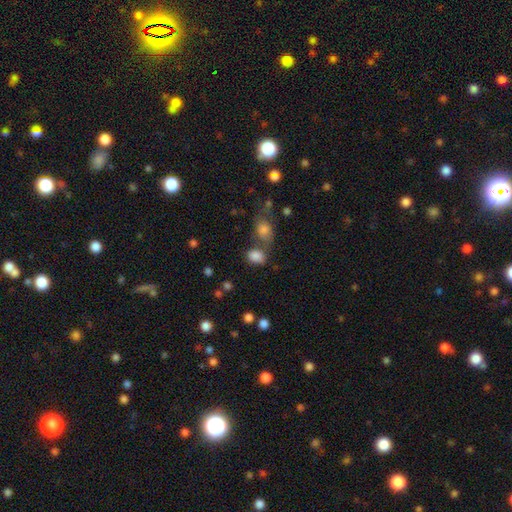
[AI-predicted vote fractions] This is clearly a smooth galaxy (83%). How rounded: likely in between (70%). Merging: possibly none (52%).